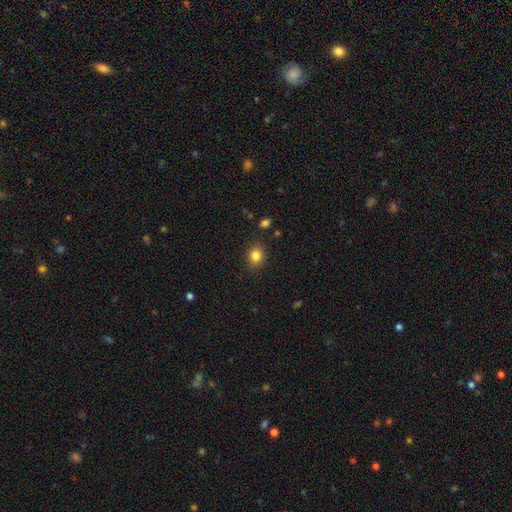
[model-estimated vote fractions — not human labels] smooth_or_featured: smooth (p=0.84) [alt: star or artifact p=0.11]
how_rounded: round (p=0.71) [alt: in between p=0.28]
merging: none (p=0.88) [alt: minor disturbance p=0.08]